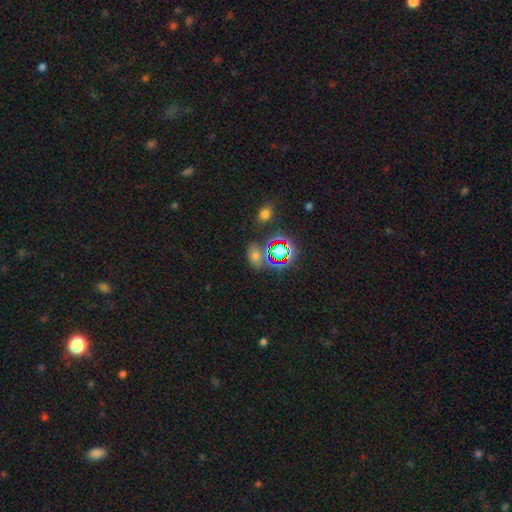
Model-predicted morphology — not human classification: Smooth or featured? smooth (50%)
How rounded? in between (72%)
Merging? none (61%)